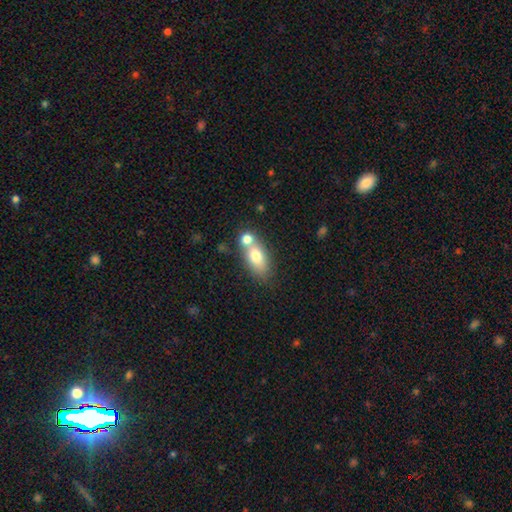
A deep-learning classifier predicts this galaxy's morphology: Overall: smooth (71%). How rounded: in between (78%). Merging: none (46%; merger 39%).